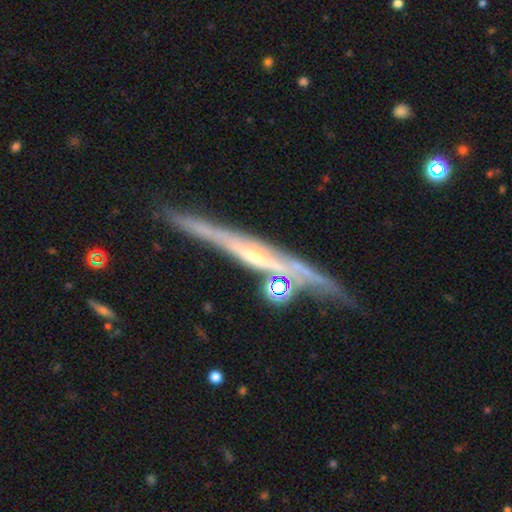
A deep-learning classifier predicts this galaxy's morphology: Q: Smooth or featured?
A: featured or disk (82%); runner-up: smooth (12%)
Q: Edge-on disk?
A: yes (95%); runner-up: no (5%)
Q: Edge-on bulge?
A: rounded (54%); runner-up: none (38%)
Q: Merging?
A: none (74%); runner-up: minor disturbance (14%)